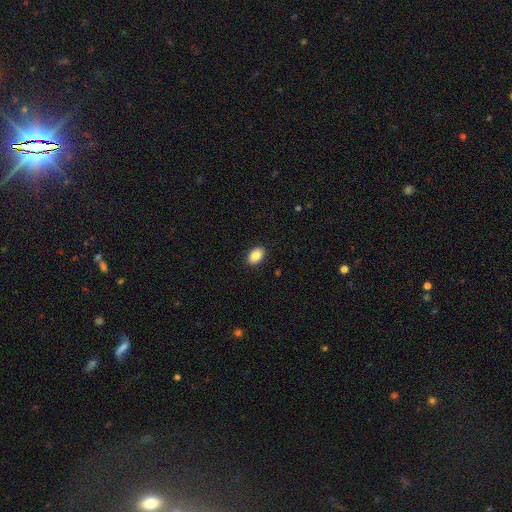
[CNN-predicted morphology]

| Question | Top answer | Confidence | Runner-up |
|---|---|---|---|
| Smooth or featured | smooth | 86% | star or artifact (8%) |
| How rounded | in between | 87% | round (12%) |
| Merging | none | 90% | minor disturbance (7%) |